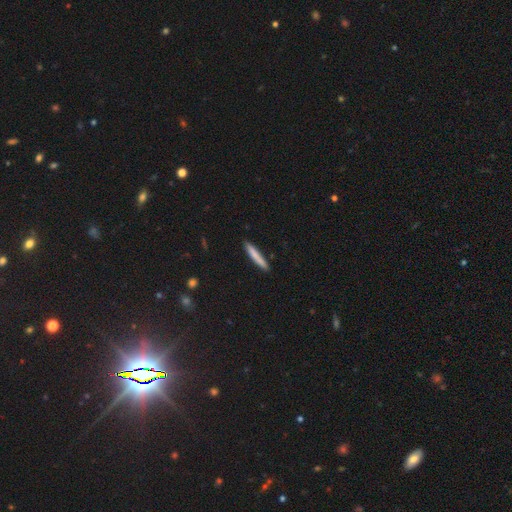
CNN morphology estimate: A smooth galaxy with no disk features (79%) that is cigar-shaped (95%). Merging: none (90%).